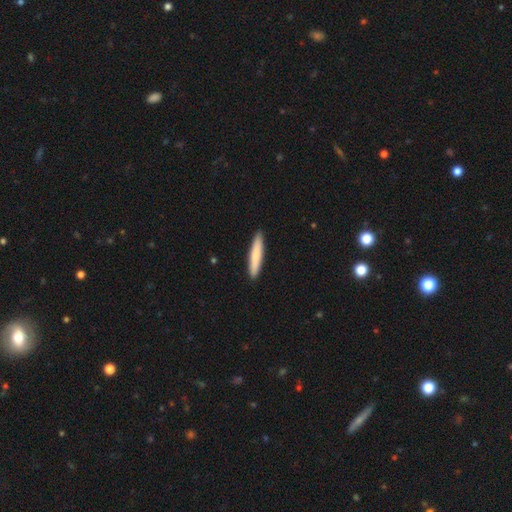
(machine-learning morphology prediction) Smooth or featured: smooth — 78% (featured or disk — 17%)
How rounded: cigar-shaped — 92% (in between — 7%)
Merging: none — 91% (minor disturbance — 6%)